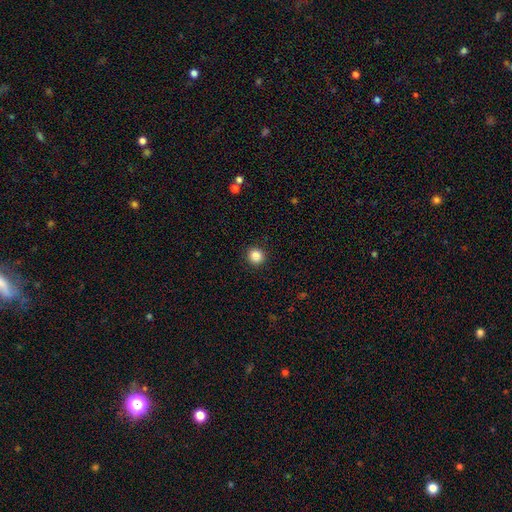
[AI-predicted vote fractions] smooth-or-featured: smooth: 86% | star or artifact: 10% | featured or disk: 4%
  how-rounded: round: 92% | in between: 7% | cigar-shaped: 1%
  merging: none: 92% | minor disturbance: 5% | major disturbance: 2% | merger: 1%